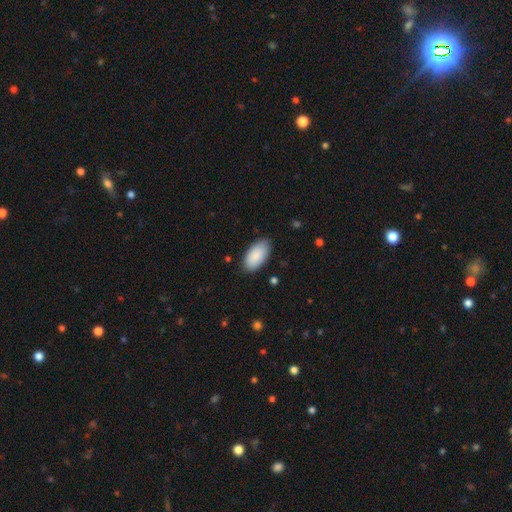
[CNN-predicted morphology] Overall: smooth (89%). How rounded: in between (95%). Merging: none (83%).